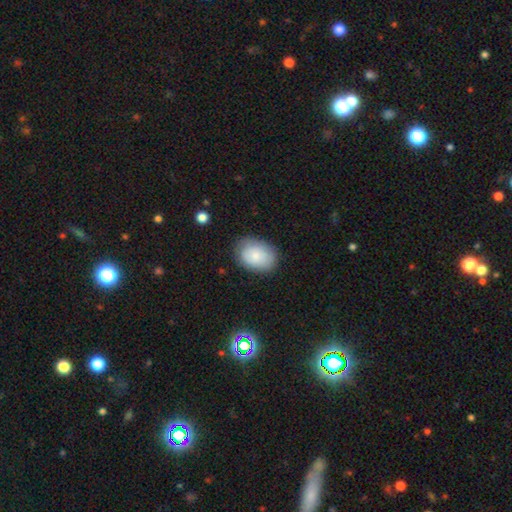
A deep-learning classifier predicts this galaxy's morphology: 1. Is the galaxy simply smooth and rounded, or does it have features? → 79% smooth, 15% featured or disk, 7% star or artifact.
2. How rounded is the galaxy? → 73% in between, 26% round, 1% cigar-shaped.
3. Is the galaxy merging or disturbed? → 79% none, 16% minor disturbance, 4% major disturbance, 1% merger.